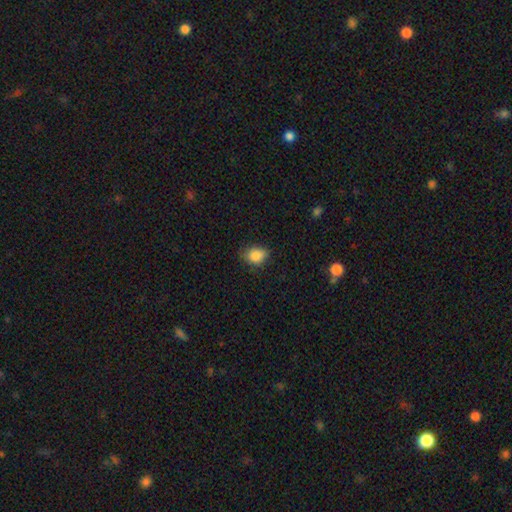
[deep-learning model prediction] smooth 86%, star or artifact 9%, featured or disk 5%. Down the decision tree: how rounded — in between (62%); merging — none (68%).